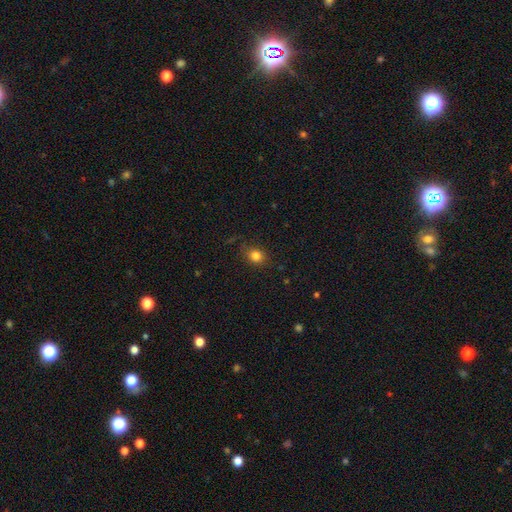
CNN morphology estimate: A smooth galaxy with no disk features (82%) that is round (60%).

Vote fractions:
- Smooth or featured? smooth: 82% / star or artifact: 12% / featured or disk: 6%
- How rounded? round: 60% / in between: 39% / cigar-shaped: 1%
- Merging? none: 79% / minor disturbance: 15% / major disturbance: 4% / merger: 1%